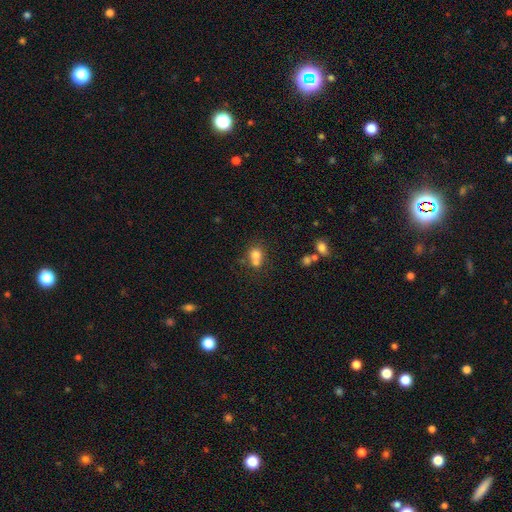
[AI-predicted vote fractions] A smooth galaxy with no disk features (73%) that is round (69%). Merging: merger (52%).